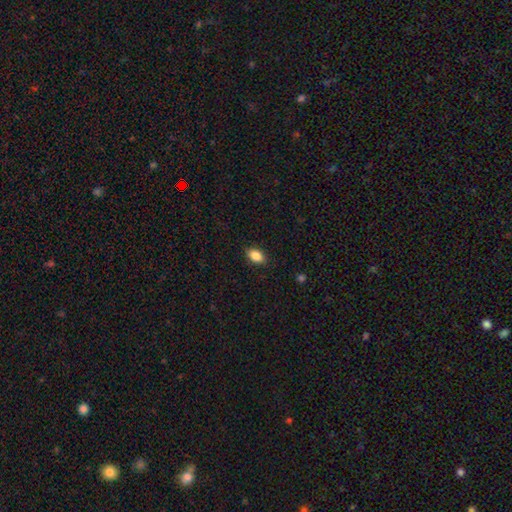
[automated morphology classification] This appears to be a smooth galaxy with no disk features (87%) that is in between round and cigar-shaped (89%). Merging: none (88%).